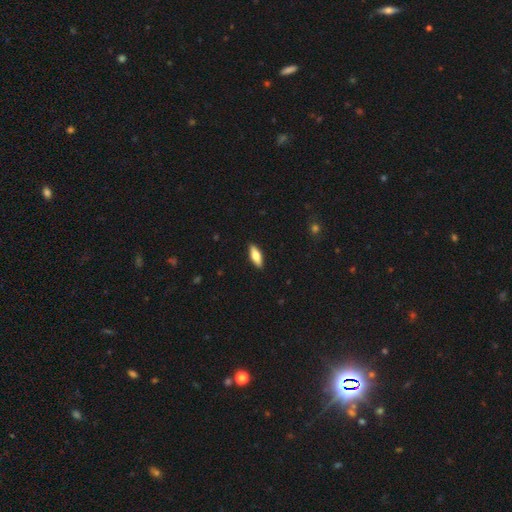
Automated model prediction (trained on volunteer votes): This appears to be a smooth galaxy with no disk features (71%) that is in between round and cigar-shaped (66%). Merging: none (90%).